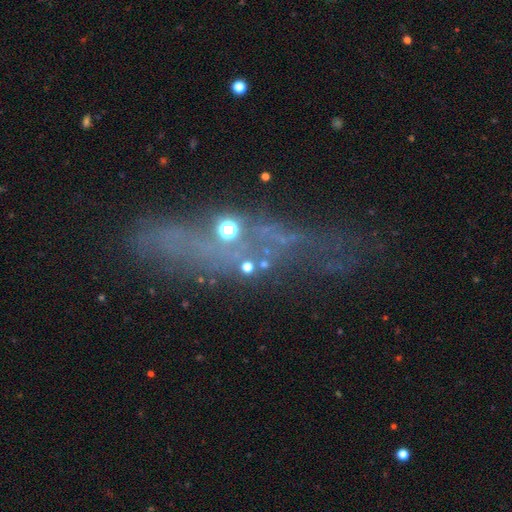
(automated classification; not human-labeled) A featured or disk galaxy (44%).

Vote fractions:
- Smooth or featured? featured or disk: 44% / star or artifact: 30% / smooth: 26%
- Merging? none: 52% / major disturbance: 19% / minor disturbance: 19% / merger: 10%